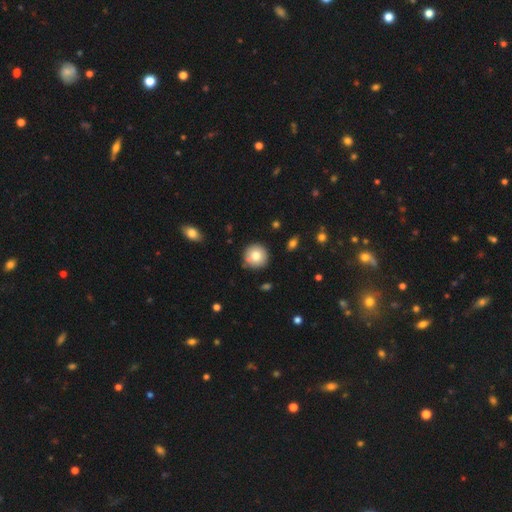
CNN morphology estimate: This is likely a smooth galaxy (79%). How rounded: clearly round (95%). Merging: clearly none (87%).